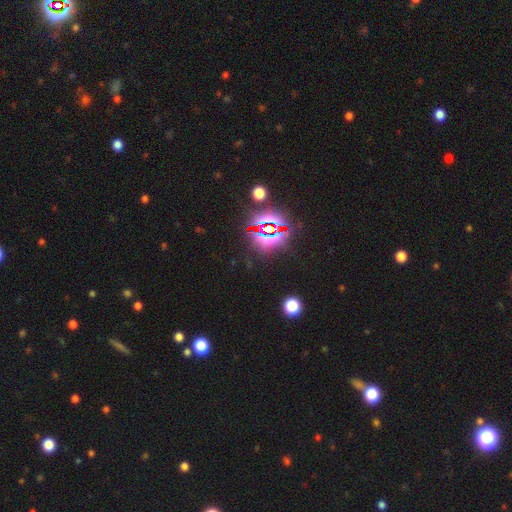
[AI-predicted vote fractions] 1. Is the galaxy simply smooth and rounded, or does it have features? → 84% star or artifact, 9% smooth, 7% featured or disk.